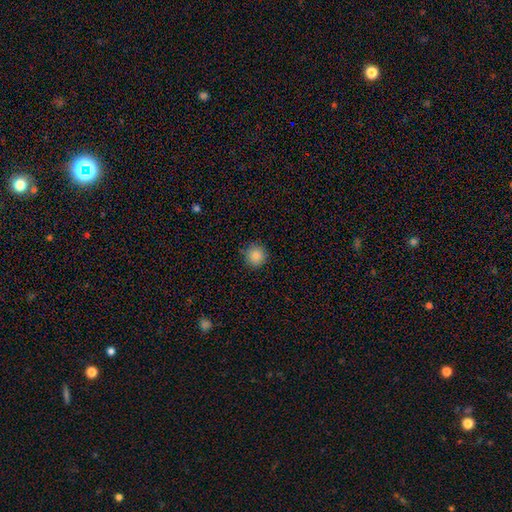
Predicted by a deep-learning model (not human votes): Morphology: type=smooth (87%); roundness=round (94%); merging=none (89%).